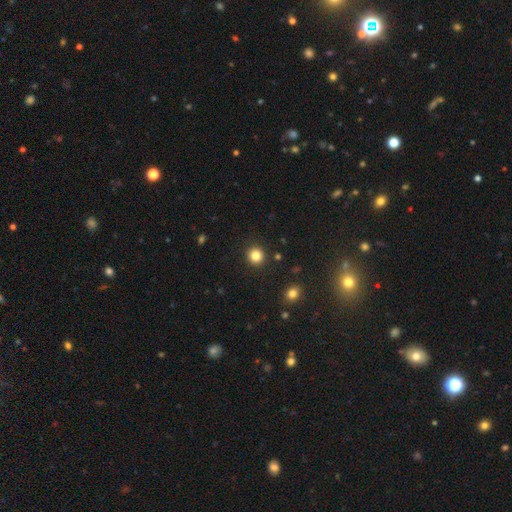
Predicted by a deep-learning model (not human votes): smooth-or-featured: smooth: 83% | star or artifact: 12% | featured or disk: 5%
  how-rounded: round: 93% | in between: 6% | cigar-shaped: 1%
  merging: none: 92% | minor disturbance: 5% | major disturbance: 2% | merger: 1%